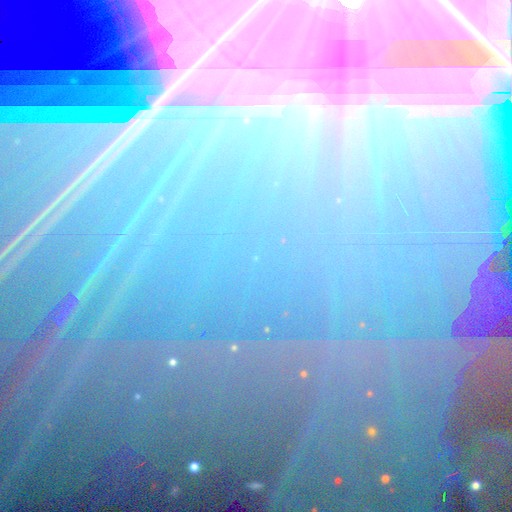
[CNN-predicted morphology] A star or artifact, not a galaxy (84%).